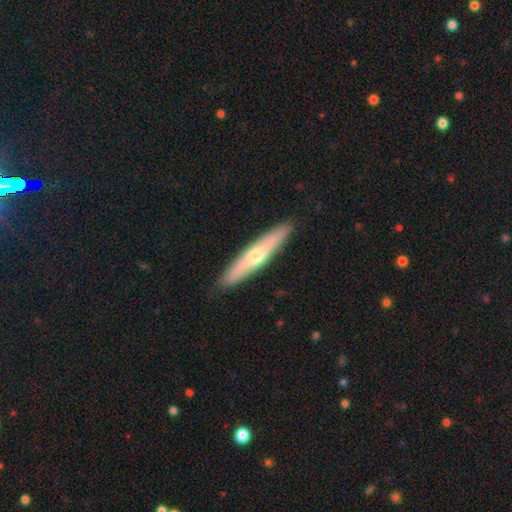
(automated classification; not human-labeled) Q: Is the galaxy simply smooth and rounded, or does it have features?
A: smooth — 48%.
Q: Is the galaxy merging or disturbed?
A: none — 90%.